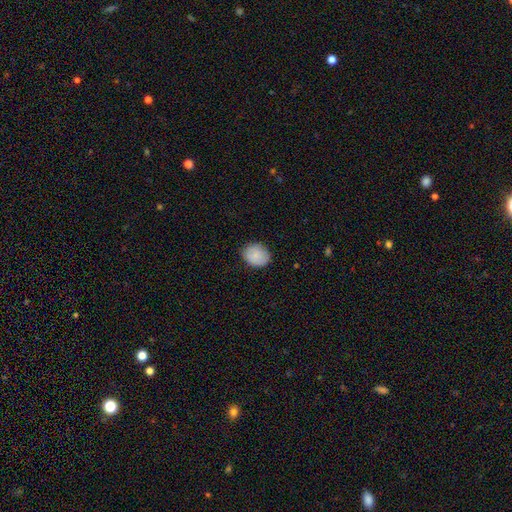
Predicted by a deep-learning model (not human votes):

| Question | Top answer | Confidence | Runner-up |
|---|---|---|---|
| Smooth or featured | smooth | 88% | star or artifact (7%) |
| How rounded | round | 54% | in between (45%) |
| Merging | none | 85% | minor disturbance (12%) |